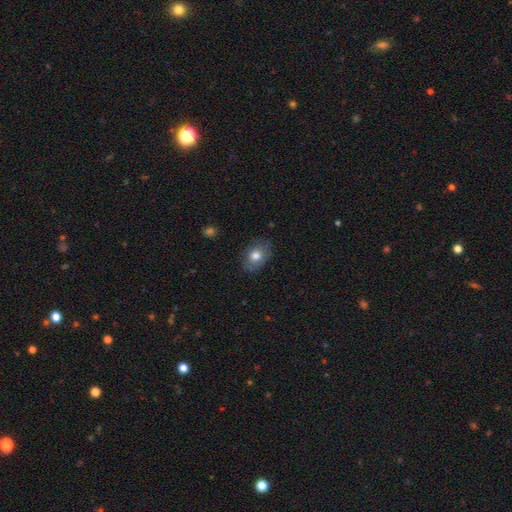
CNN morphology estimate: Overall: smooth (77%). How rounded: in between (75%). Merging: none (80%).